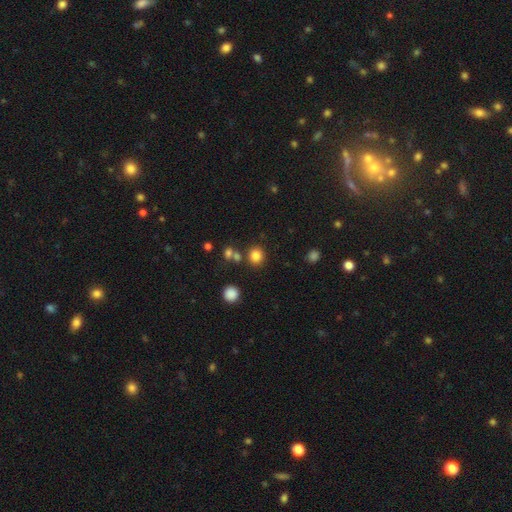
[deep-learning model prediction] Smooth or featured? Predicted: smooth (p=0.81). How rounded? Predicted: round (p=0.86). Merging? Predicted: none (p=0.79).